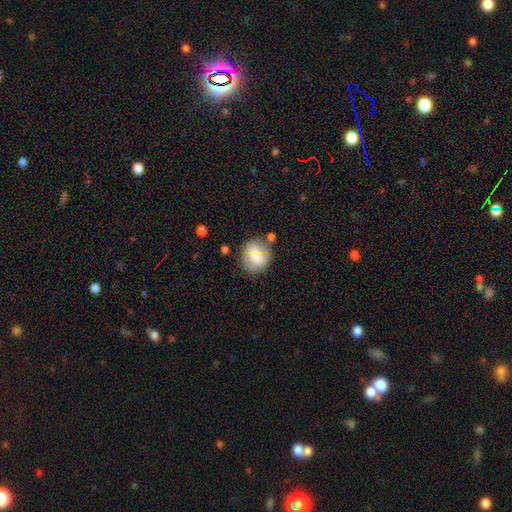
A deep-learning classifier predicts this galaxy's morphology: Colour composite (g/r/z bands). It shows a smooth galaxy with no disk features (71%) that is round (70%). Merging: none (65%).